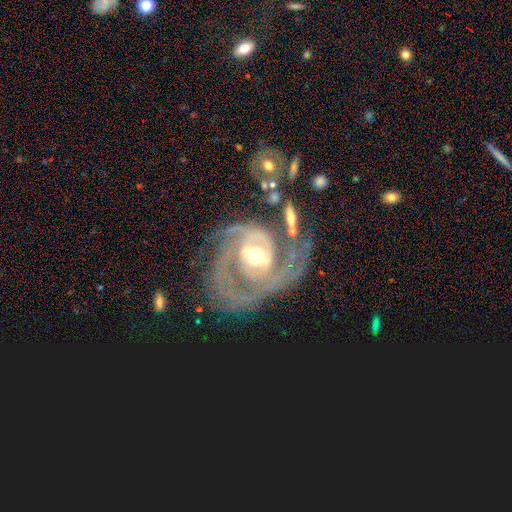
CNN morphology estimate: Smooth or featured?
  - featured or disk: 89% *
  - smooth: 6%
  - star or artifact: 5%
Edge-on disk?
  - no: 97% *
  - yes: 3%
Bar?
  - weak: 44% *
  - no: 33%
  - strong: 23%
Spiral arms?
  - yes: 92% *
  - no: 8%
Spiral winding?
  - tight: 45% *
  - medium: 40%
  - loose: 14%
Spiral arm count?
  - 2: 56% *
  - can't tell: 16%
  - 1: 10%
  - 3: 10%
  - 4: 4%
  - more than 4: 4%
Bulge size?
  - moderate: 69% *
  - small: 20%
  - large: 9%
  - dominant: 1%
  - none: 1%
Merging?
  - none: 47% *
  - major disturbance: 24%
  - minor disturbance: 20%
  - merger: 9%